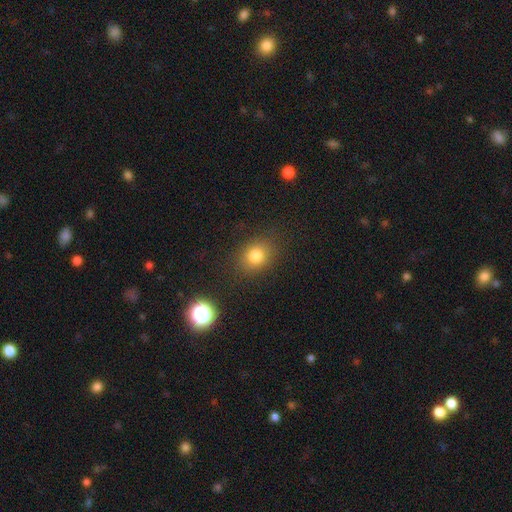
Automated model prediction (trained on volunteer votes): Smooth or featured? Predicted: smooth (p=0.80). How rounded? Predicted: round (p=0.58). Merging? Predicted: none (p=0.84).